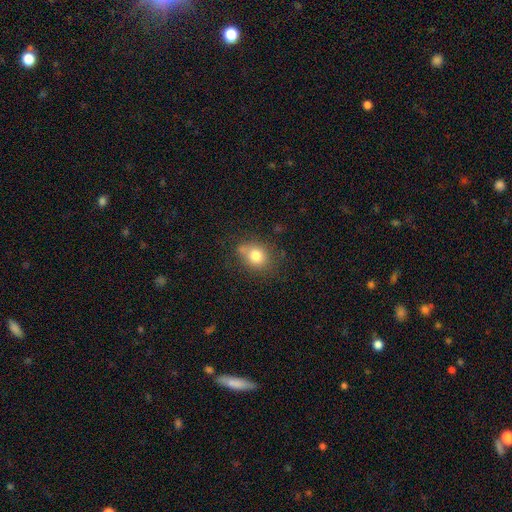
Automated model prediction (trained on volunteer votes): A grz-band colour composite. It shows a smooth galaxy with no disk features (78%) that is round (58%). Merging: none (63%).